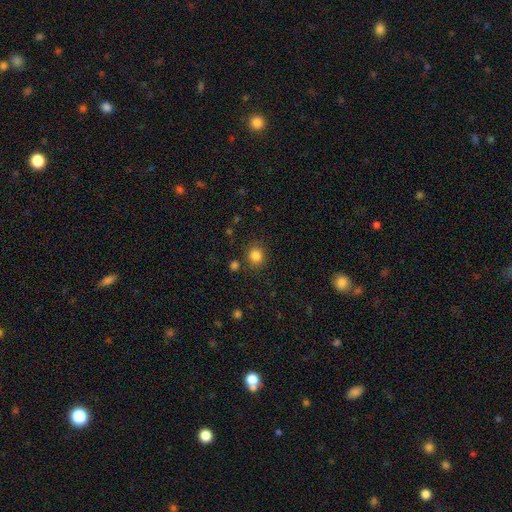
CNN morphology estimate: smooth-or-featured: smooth: 84% | star or artifact: 12% | featured or disk: 5%
  how-rounded: round: 85% | in between: 14% | cigar-shaped: 1%
  merging: none: 84% | minor disturbance: 9% | merger: 4% | major disturbance: 3%